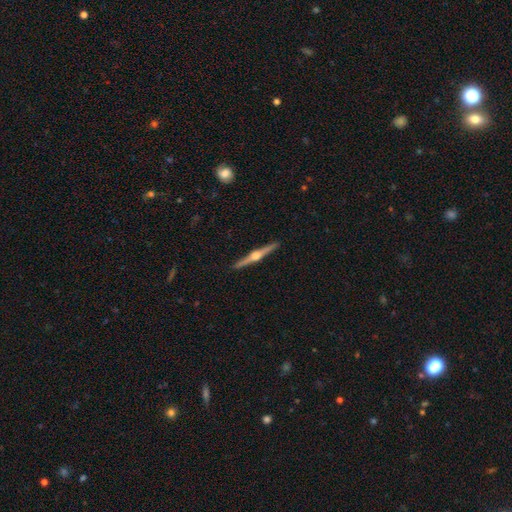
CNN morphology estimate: A featured or disk galaxy (84%) viewed edge-on (99%) with a rounded central bulge (94%). Merging: none (93%).